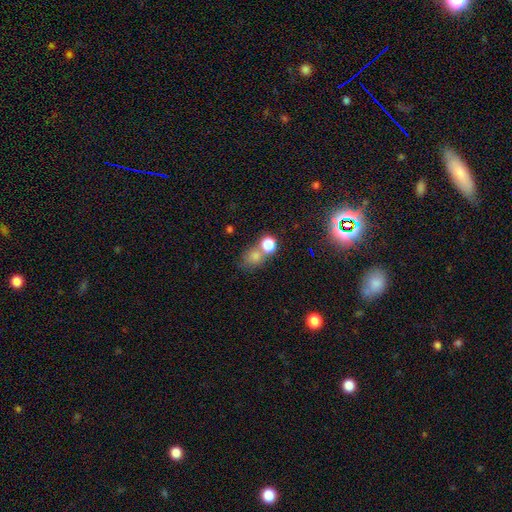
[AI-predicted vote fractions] smooth-or-featured: smooth: 74% | star or artifact: 18% | featured or disk: 9%
  how-rounded: round: 69% | in between: 30% | cigar-shaped: 1%
  merging: none: 47% | merger: 35% | minor disturbance: 12% | major disturbance: 6%